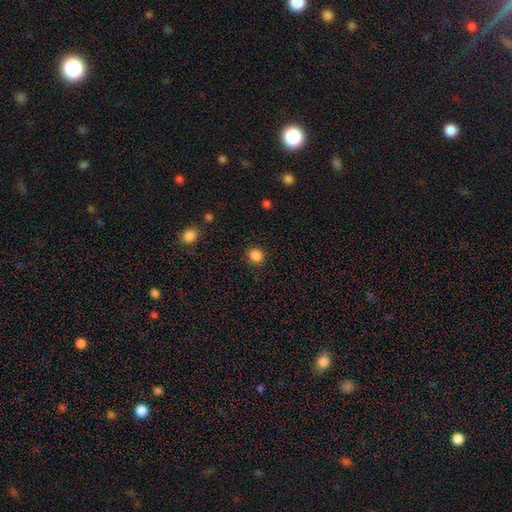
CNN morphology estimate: smooth_or_featured: smooth (p=0.86) [alt: star or artifact p=0.11]
how_rounded: round (p=0.81) [alt: in between p=0.18]
merging: none (p=0.89) [alt: minor disturbance p=0.07]